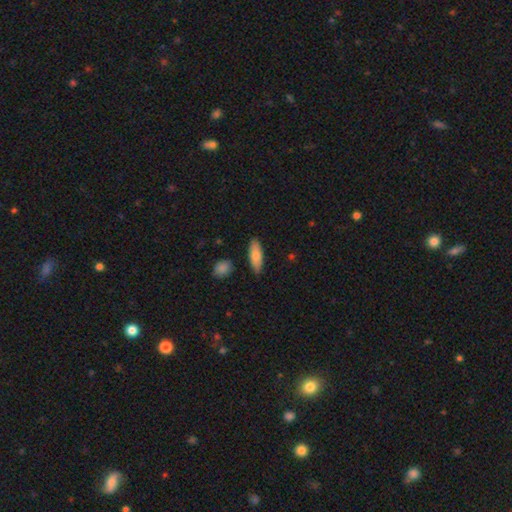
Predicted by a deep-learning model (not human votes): Smooth or featured? smooth (78%)
How rounded? in between (65%)
Merging? none (84%)